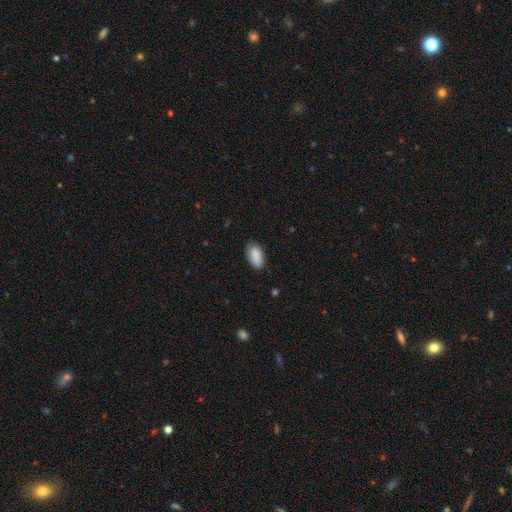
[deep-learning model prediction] Smooth or featured? smooth (86%)
How rounded? in between (93%)
Merging? none (75%)